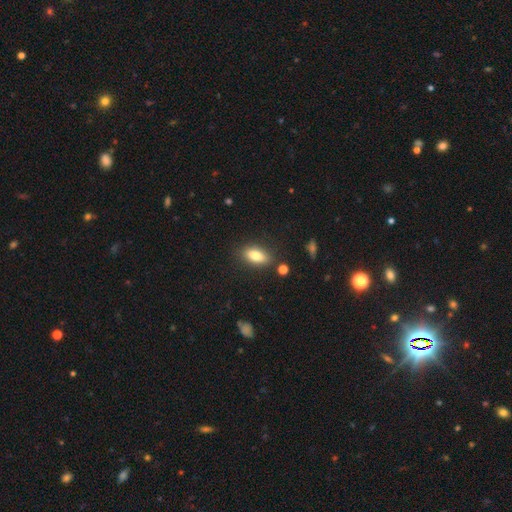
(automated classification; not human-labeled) Smooth or featured?
  - smooth: 78% *
  - featured or disk: 14%
  - star or artifact: 8%
How rounded?
  - in between: 85% *
  - cigar-shaped: 11%
  - round: 5%
Merging?
  - none: 83% *
  - minor disturbance: 11%
  - merger: 3%
  - major disturbance: 3%